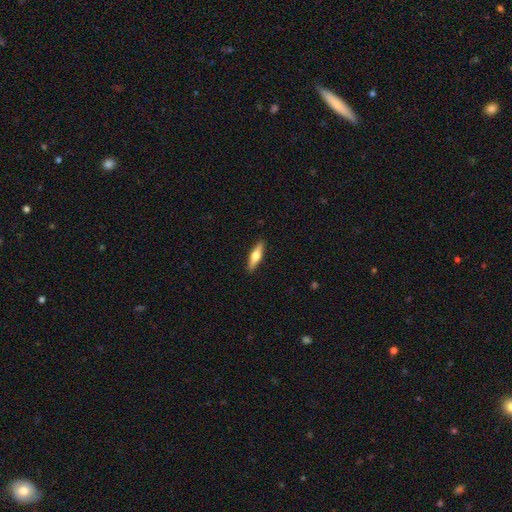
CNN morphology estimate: featured or disk 54%, smooth 41%, star or artifact 5%. Down the decision tree: edge-on disk — yes (95%); edge-on bulge — rounded (94%); merging — none (90%).